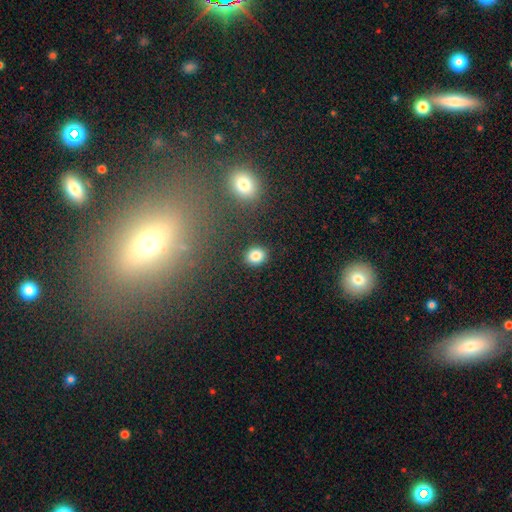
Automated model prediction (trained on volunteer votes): Overall: smooth (84%). How rounded: round (62%; in between 37%). Merging: none (88%).